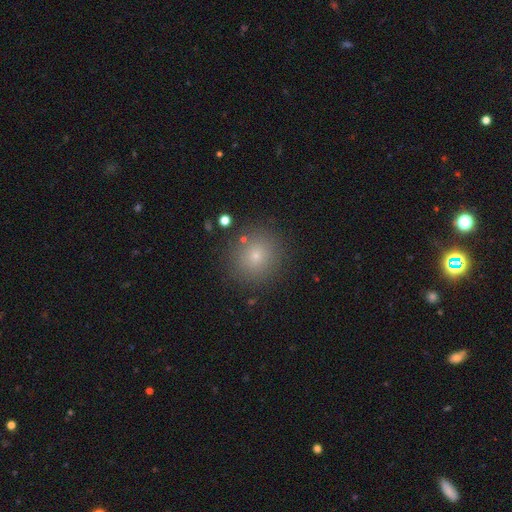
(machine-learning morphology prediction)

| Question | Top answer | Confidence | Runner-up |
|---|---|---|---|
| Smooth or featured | smooth | 73% | star or artifact (16%) |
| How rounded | round | 91% | in between (8%) |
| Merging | none | 87% | minor disturbance (7%) |